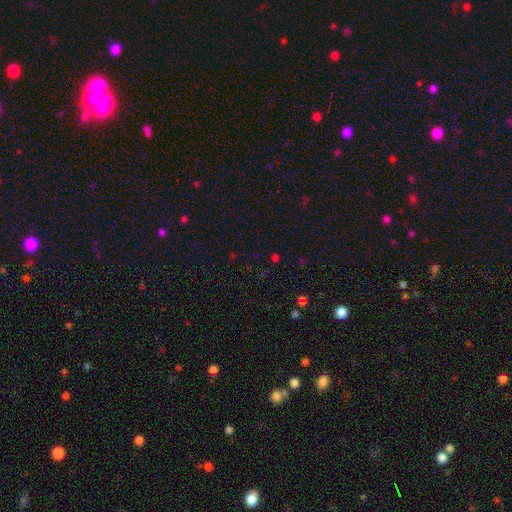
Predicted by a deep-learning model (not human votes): Smooth or featured? star or artifact (58%)